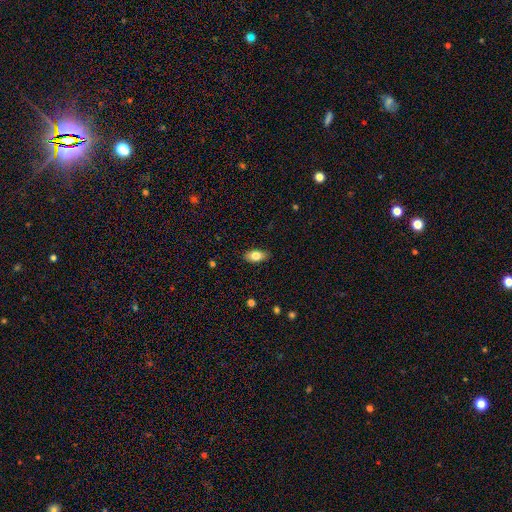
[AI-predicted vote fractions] smooth-or-featured: smooth: 82% | featured or disk: 11% | star or artifact: 7%
  how-rounded: in between: 90% | round: 5% | cigar-shaped: 5%
  merging: none: 86% | minor disturbance: 11% | major disturbance: 2% | merger: 1%